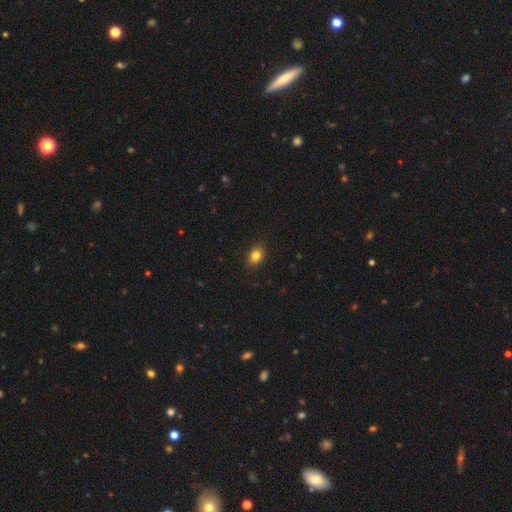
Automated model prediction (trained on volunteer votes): smooth_or_featured: smooth (p=0.82) [alt: star or artifact p=0.11]
how_rounded: in between (p=0.58) [alt: round p=0.40]
merging: none (p=0.88) [alt: minor disturbance p=0.09]